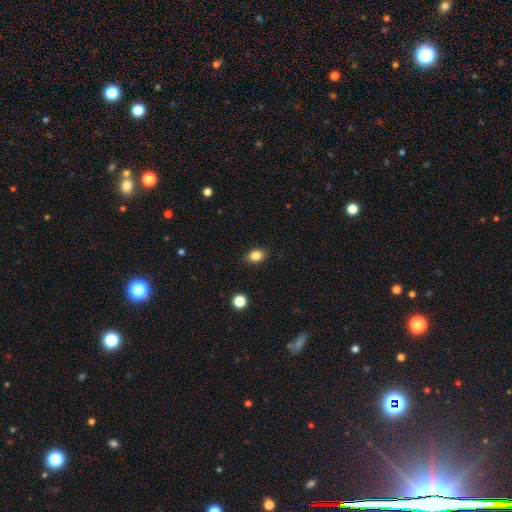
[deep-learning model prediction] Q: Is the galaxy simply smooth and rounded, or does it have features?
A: smooth — 85%.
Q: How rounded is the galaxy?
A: in between — 68%.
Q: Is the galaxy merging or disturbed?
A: none — 88%.